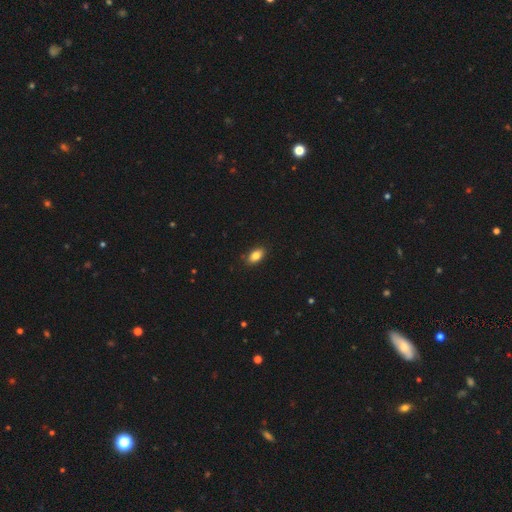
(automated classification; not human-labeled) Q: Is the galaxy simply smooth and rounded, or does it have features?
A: smooth — 84%.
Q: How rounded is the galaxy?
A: in between — 90%.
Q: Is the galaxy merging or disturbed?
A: none — 88%.